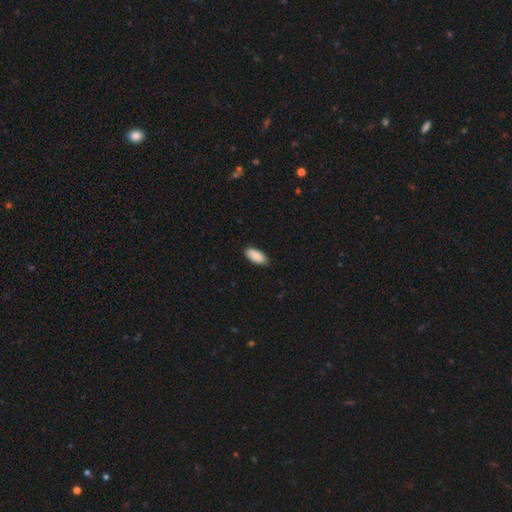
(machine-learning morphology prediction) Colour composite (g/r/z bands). It shows a smooth galaxy with no disk features (90%) that is in between round and cigar-shaped (91%). Merging: none (80%).